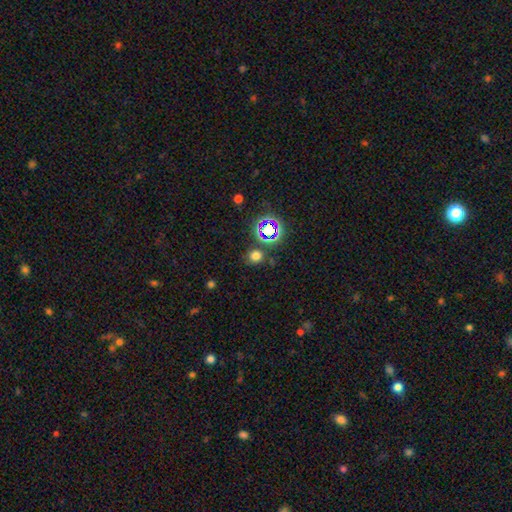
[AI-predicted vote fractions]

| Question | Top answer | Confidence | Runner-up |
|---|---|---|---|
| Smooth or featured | smooth | 65% | star or artifact (28%) |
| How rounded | round | 80% | in between (19%) |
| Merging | none | 80% | minor disturbance (10%) |